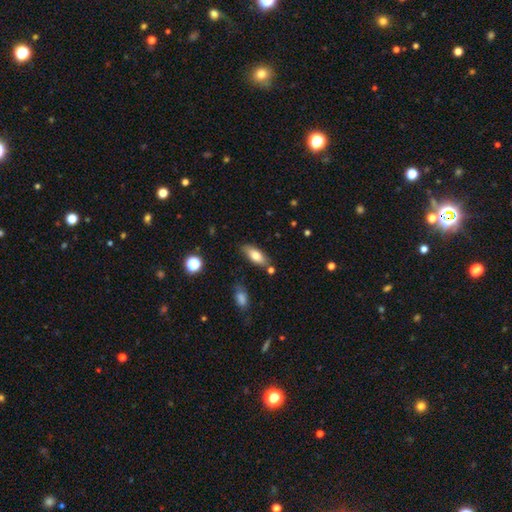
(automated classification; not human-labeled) smooth 75%, featured or disk 18%, star or artifact 7%. Down the decision tree: how rounded — in between (75%); merging — none (74%).